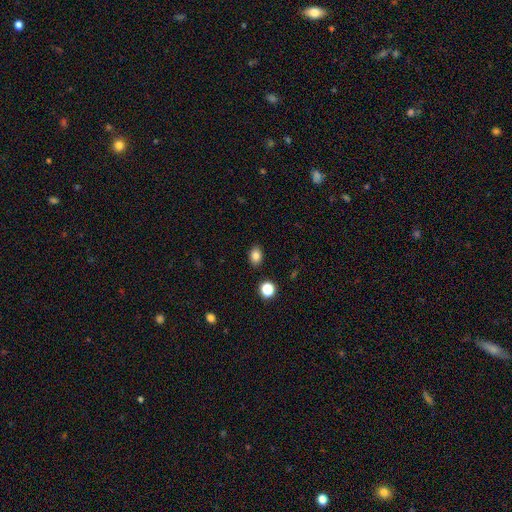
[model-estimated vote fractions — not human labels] A smooth galaxy with no disk features (83%) that is in between round and cigar-shaped (73%).

Vote fractions:
- Smooth or featured? smooth: 83% / star or artifact: 11% / featured or disk: 6%
- How rounded? in between: 73% / round: 26% / cigar-shaped: 1%
- Merging? none: 87% / minor disturbance: 9% / major disturbance: 2% / merger: 2%